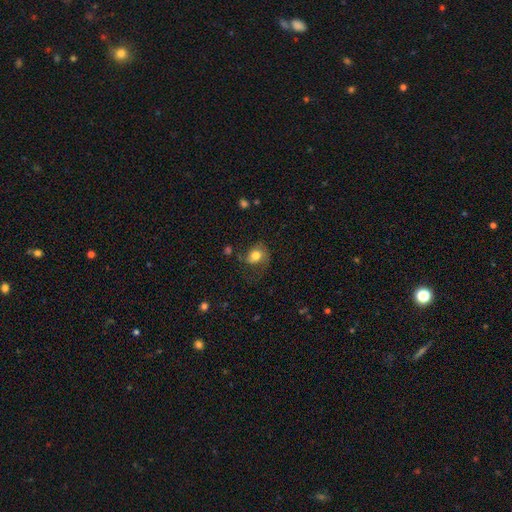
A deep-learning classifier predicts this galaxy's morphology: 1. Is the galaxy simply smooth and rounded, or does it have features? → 70% smooth, 21% featured or disk, 9% star or artifact.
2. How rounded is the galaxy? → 55% round, 44% in between, 1% cigar-shaped.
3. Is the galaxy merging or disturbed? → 47% none, 25% minor disturbance, 24% major disturbance, 3% merger.